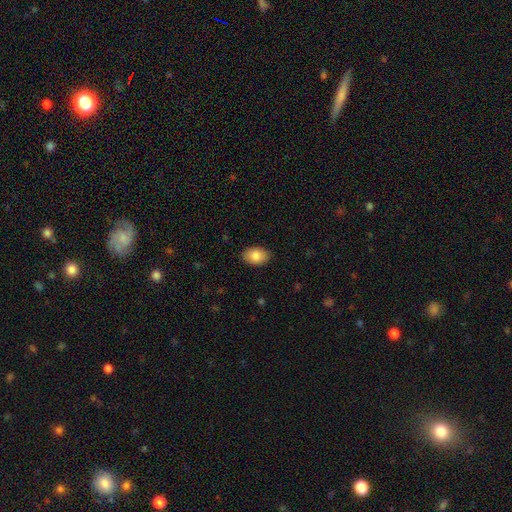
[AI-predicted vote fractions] A smooth galaxy with no disk features (85%) that is in between round and cigar-shaped (87%). Merging: none (88%).